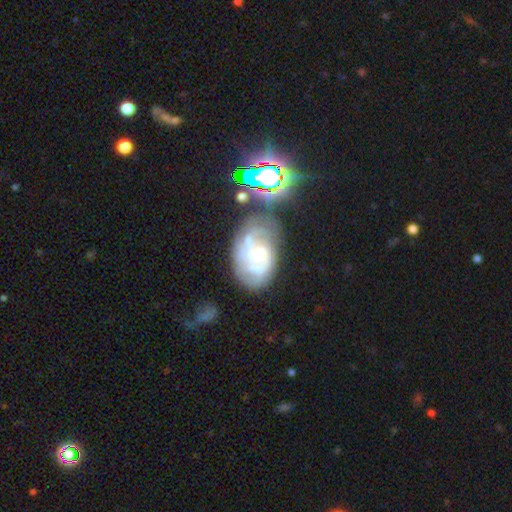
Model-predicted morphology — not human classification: Smooth or featured: featured or disk — 75% (smooth — 16%)
Edge-on disk: no — 97% (yes — 3%)
Bar: no — 55% (weak — 37%)
Spiral arms: yes — 84% (no — 16%)
Spiral winding: medium — 42% (tight — 40%)
Spiral arm count: 2 — 41% (can't tell — 34%)
Bulge size: moderate — 50% (small — 41%)
Merging: none — 50% (minor disturbance — 24%)